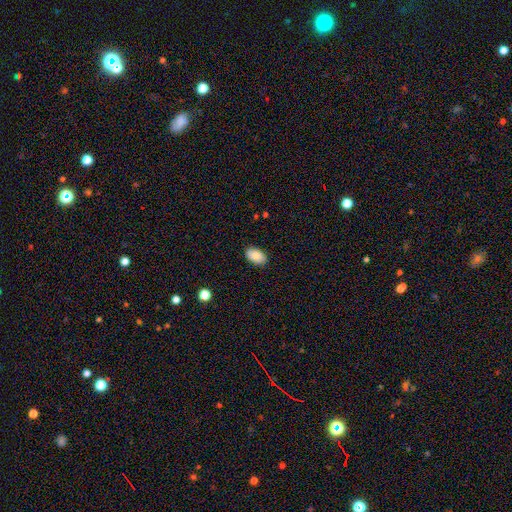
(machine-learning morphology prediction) Smooth or featured? smooth (81%)
How rounded? in between (92%)
Merging? none (86%)